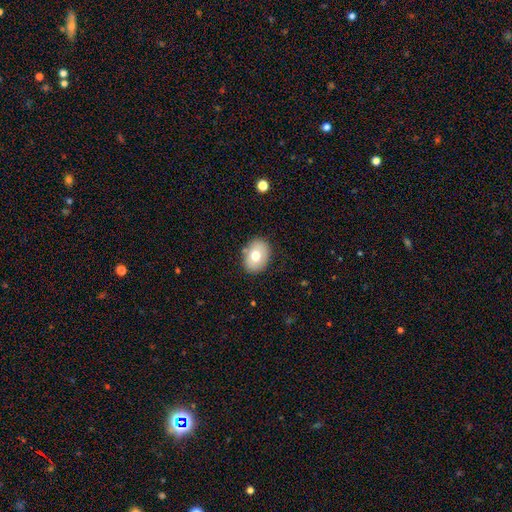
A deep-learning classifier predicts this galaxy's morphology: Smooth or featured?
  - smooth: 71% *
  - featured or disk: 20%
  - star or artifact: 8%
How rounded?
  - in between: 66% *
  - round: 33%
  - cigar-shaped: 1%
Merging?
  - none: 84% *
  - minor disturbance: 11%
  - major disturbance: 3%
  - merger: 2%